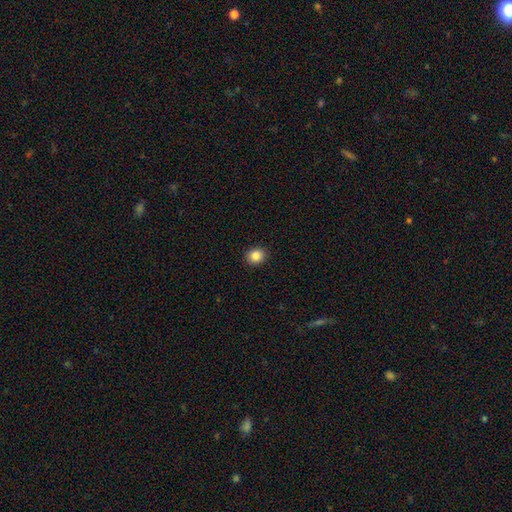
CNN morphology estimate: Q: Smooth or featured?
A: smooth (85%); runner-up: star or artifact (10%)
Q: How rounded?
A: round (75%); runner-up: in between (24%)
Q: Merging?
A: none (92%); runner-up: minor disturbance (5%)